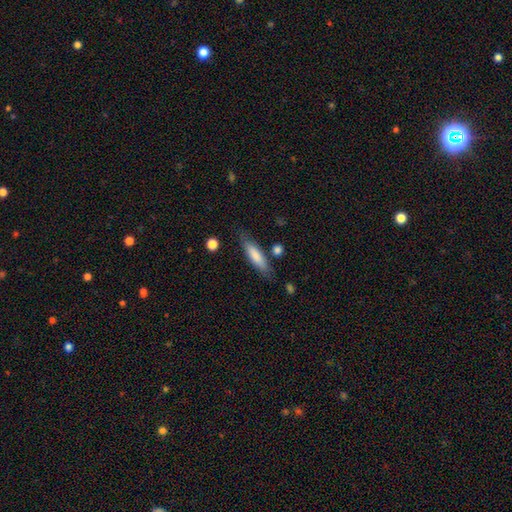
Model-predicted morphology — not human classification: A smooth galaxy with no disk features (76%) that is cigar-shaped (71%).

Vote fractions:
- Smooth or featured? smooth: 76% / featured or disk: 18% / star or artifact: 6%
- How rounded? cigar-shaped: 71% / in between: 28% / round: 2%
- Merging? none: 78% / minor disturbance: 14% / merger: 4% / major disturbance: 3%